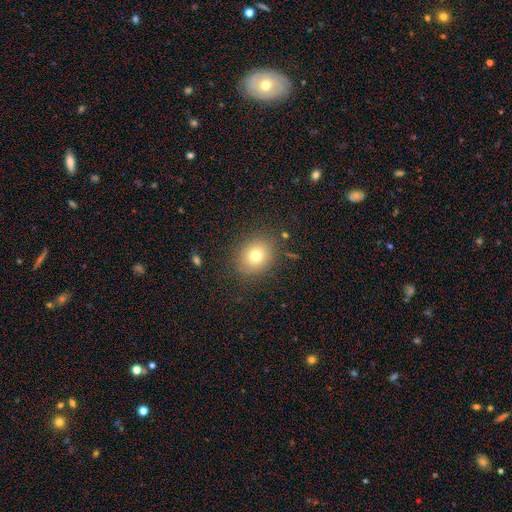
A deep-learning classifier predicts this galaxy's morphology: The model was most divided on "how rounded": round: 64%, in between: 35%, cigar-shaped: 1%. More confident: merging — none (85%); smooth or featured — smooth (75%).